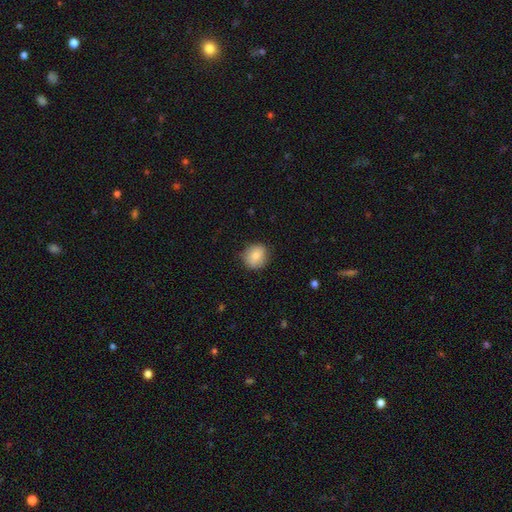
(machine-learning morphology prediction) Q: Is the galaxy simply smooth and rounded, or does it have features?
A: smooth — 79%.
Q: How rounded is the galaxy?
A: round — 81%.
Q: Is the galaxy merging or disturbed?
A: none — 83%.